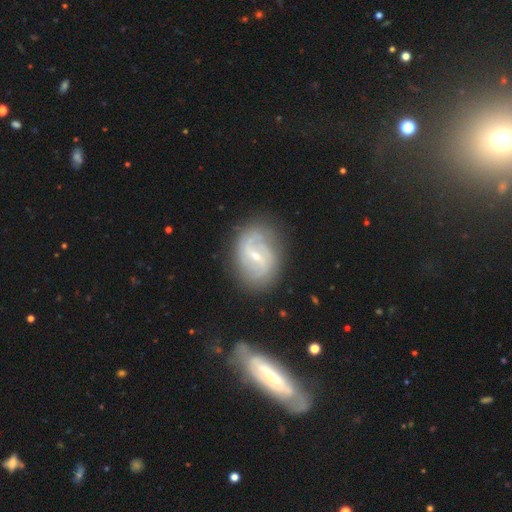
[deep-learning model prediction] A featured or disk galaxy (85%) with a weak bar (59%), 2 (65%) medium (45%) spiral arms (95%) and a small central bulge (65%).

Vote fractions:
- Smooth or featured? featured or disk: 85% / smooth: 10% / star or artifact: 6%
- Edge-on disk? no: 97% / yes: 3%
- Bar? weak: 59% / strong: 24% / no: 17%
- Spiral arms? yes: 95% / no: 5%
- Spiral winding? medium: 45% / tight: 30% / loose: 26%
- Spiral arm count? 2: 65% / can't tell: 15% / 3: 10% / 4: 3% / 1: 3% / more than 4: 3%
- Bulge size? small: 65% / moderate: 31% / none: 2% / large: 1% / dominant: 1%
- Merging? none: 74% / minor disturbance: 17% / major disturbance: 6% / merger: 2%